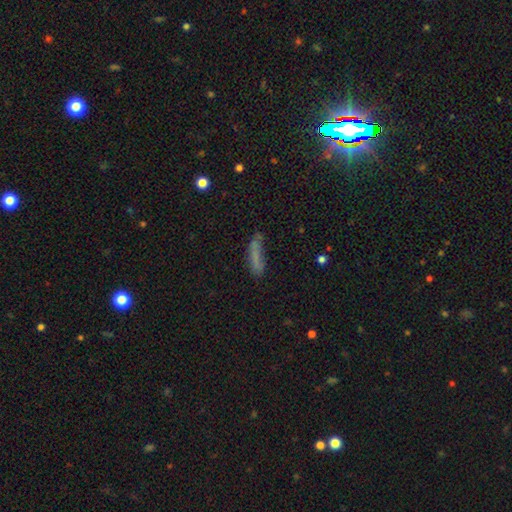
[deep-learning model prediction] Smooth or featured? smooth (68%)
How rounded? cigar-shaped (75%)
Merging? none (58%)